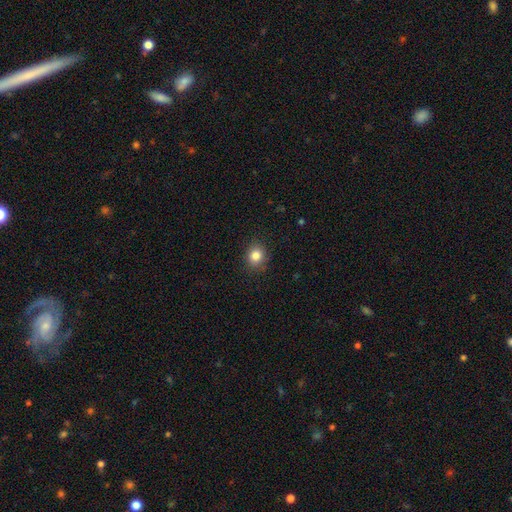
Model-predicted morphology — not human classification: This is clearly a smooth galaxy (84%). How rounded: likely round (73%). Merging: clearly none (87%).